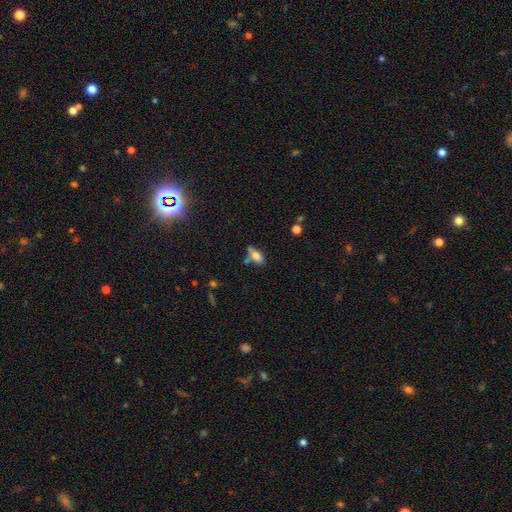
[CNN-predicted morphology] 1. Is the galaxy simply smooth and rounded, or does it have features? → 70% smooth, 20% featured or disk, 9% star or artifact.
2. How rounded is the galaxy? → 81% in between, 15% cigar-shaped, 4% round.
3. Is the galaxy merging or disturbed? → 54% none, 21% minor disturbance, 18% merger, 7% major disturbance.